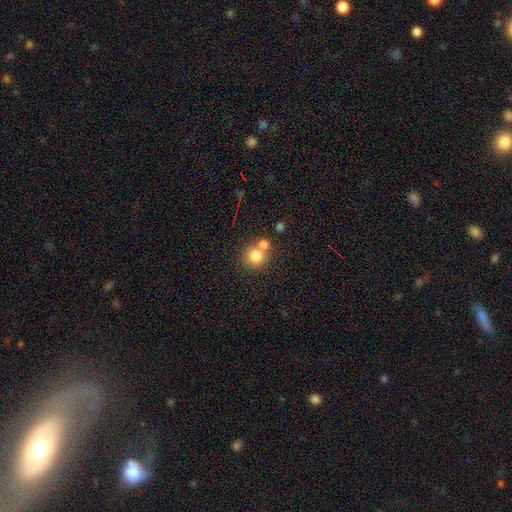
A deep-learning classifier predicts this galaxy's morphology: The model was most divided on "merging": none: 50%, merger: 38%, minor disturbance: 8%, major disturbance: 4%. More confident: how rounded — round (87%); smooth or featured — smooth (80%).